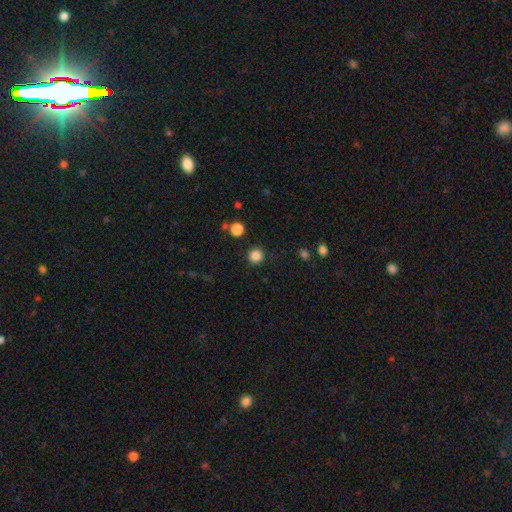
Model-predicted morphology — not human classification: smooth 85%, star or artifact 12%, featured or disk 3%. Down the decision tree: how rounded — round (95%); merging — none (90%).